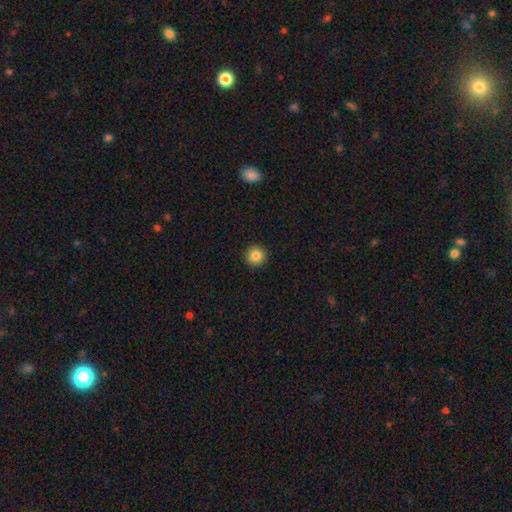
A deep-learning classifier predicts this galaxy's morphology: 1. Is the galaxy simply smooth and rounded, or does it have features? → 85% smooth, 10% star or artifact, 5% featured or disk.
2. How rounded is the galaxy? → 96% round, 3% in between, 1% cigar-shaped.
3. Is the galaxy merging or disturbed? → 93% none, 4% minor disturbance, 1% major disturbance, 1% merger.